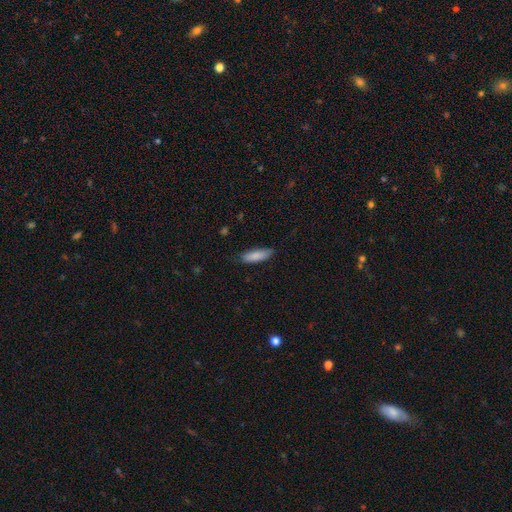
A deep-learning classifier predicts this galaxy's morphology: Smooth or featured?
  - smooth: 87% *
  - featured or disk: 7%
  - star or artifact: 6%
How rounded?
  - in between: 53% *
  - cigar-shaped: 46%
  - round: 1%
Merging?
  - none: 80% *
  - minor disturbance: 16%
  - major disturbance: 3%
  - merger: 1%